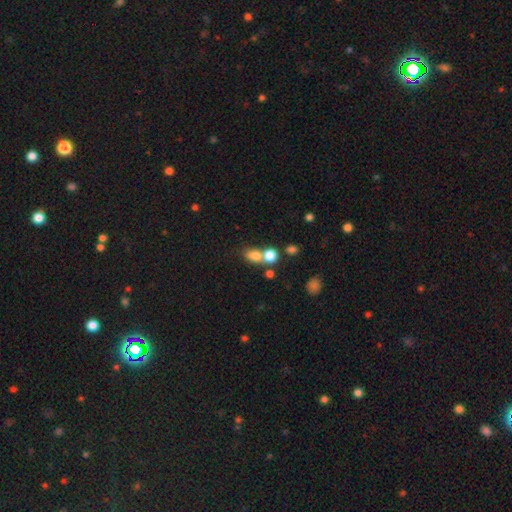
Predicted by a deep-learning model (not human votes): Smooth or featured: smooth — 76% (star or artifact — 14%)
How rounded: in between — 52% (round — 45%)
Merging: merger — 49% (none — 37%)